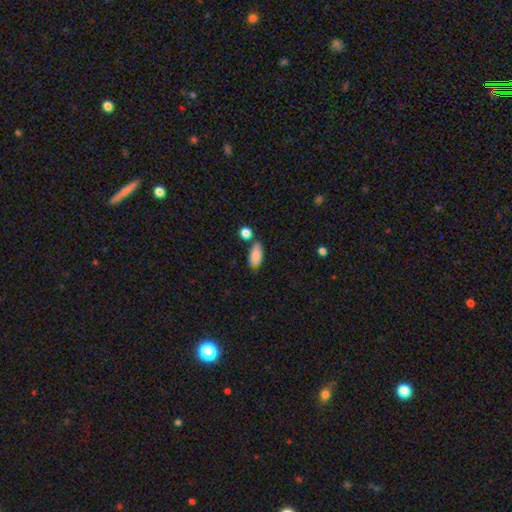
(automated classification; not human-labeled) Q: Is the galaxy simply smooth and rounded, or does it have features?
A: smooth — 85%.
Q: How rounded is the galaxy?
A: in between — 89%.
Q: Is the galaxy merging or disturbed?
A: none — 61%.